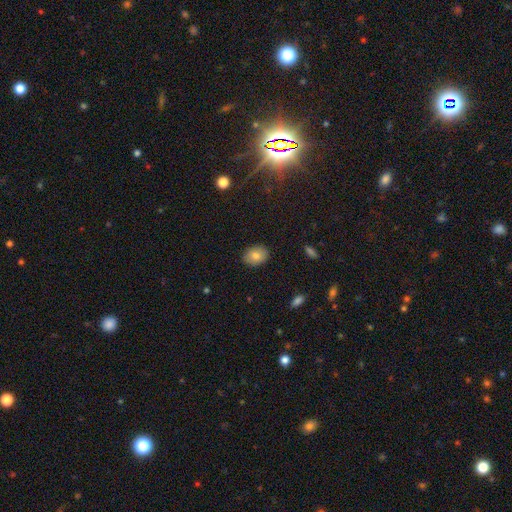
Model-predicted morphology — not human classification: smooth 80%, featured or disk 11%, star or artifact 9%. Down the decision tree: how rounded — in between (64%); merging — none (88%).